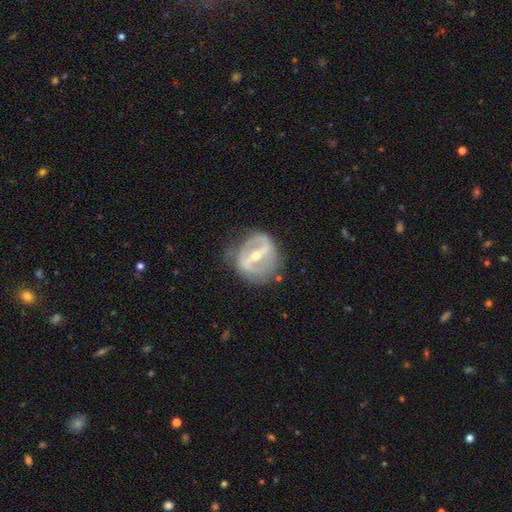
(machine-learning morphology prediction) A featured or disk galaxy (82%) with a strong bar (67%), 2 (75%) medium (41%) spiral arms (68%) and a moderate central bulge (50%). Merging: none (71%).